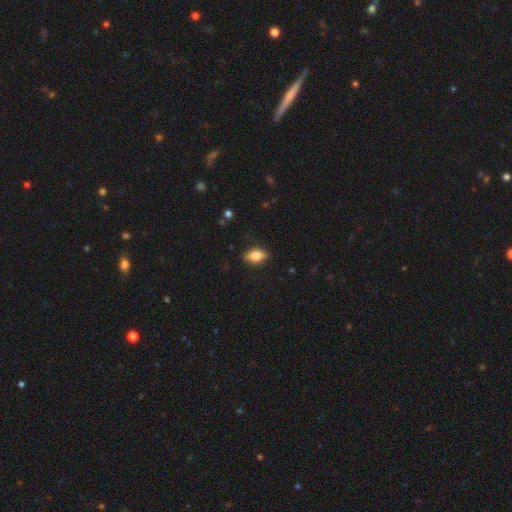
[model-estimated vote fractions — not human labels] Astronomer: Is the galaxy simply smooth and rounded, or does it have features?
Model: smooth — 69%.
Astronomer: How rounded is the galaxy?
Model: in between — 83%.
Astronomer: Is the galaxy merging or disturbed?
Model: none — 85%.